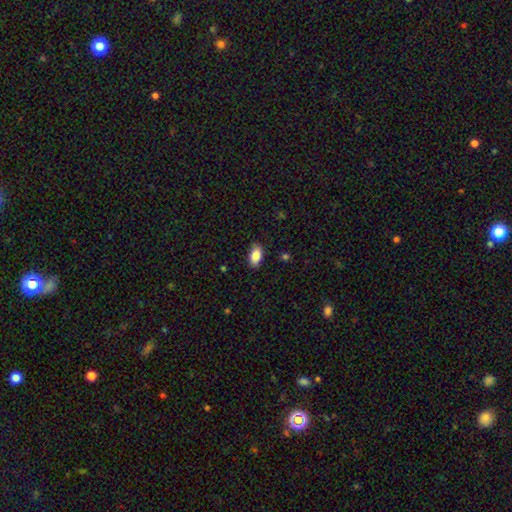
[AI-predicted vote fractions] Smooth or featured? Predicted: smooth (p=0.86). How rounded? Predicted: in between (p=0.93). Merging? Predicted: none (p=0.85).